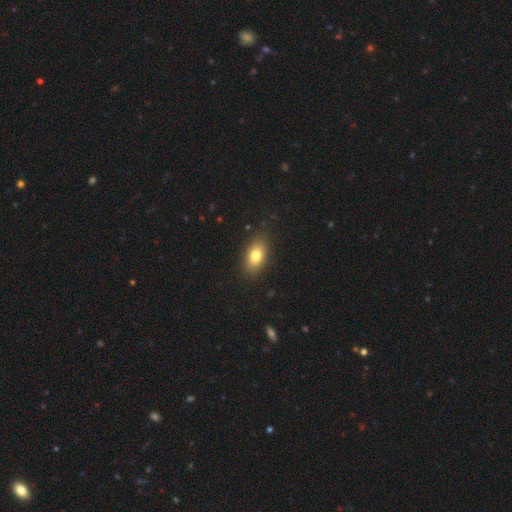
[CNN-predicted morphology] A smooth galaxy with no disk features (80%) that is in between round and cigar-shaped (88%). Merging: none (86%).